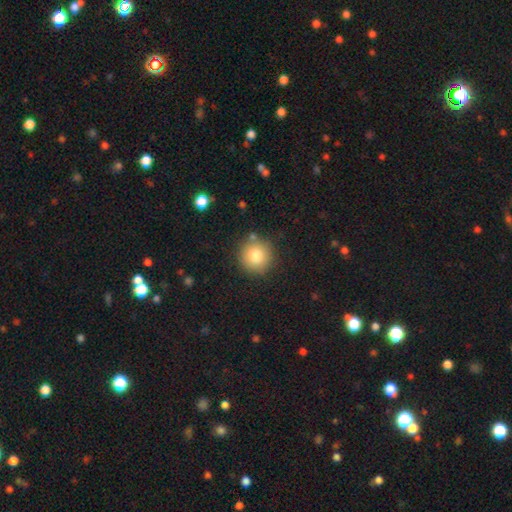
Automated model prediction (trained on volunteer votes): Q: Smooth or featured?
A: smooth (80%); runner-up: star or artifact (10%)
Q: How rounded?
A: round (94%); runner-up: in between (5%)
Q: Merging?
A: none (86%); runner-up: minor disturbance (9%)